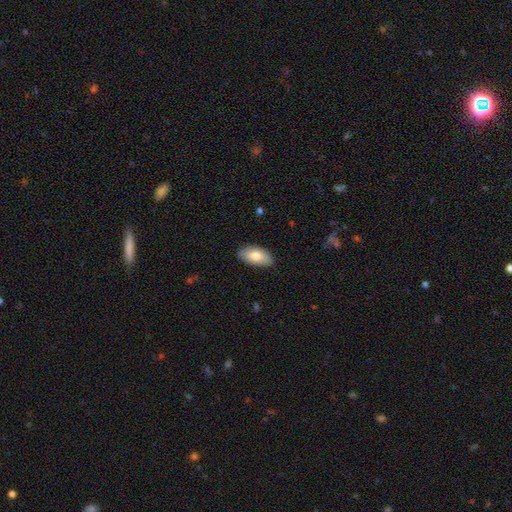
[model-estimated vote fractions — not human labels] Smooth or featured?
  - smooth: 79% *
  - featured or disk: 15%
  - star or artifact: 6%
How rounded?
  - in between: 93% *
  - cigar-shaped: 4%
  - round: 3%
Merging?
  - none: 84% *
  - minor disturbance: 12%
  - major disturbance: 2%
  - merger: 1%